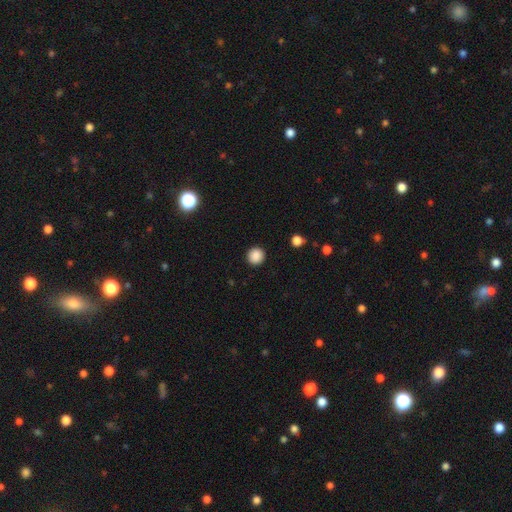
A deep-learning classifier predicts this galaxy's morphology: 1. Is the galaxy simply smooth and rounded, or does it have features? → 88% smooth, 10% star or artifact, 3% featured or disk.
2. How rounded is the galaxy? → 95% round, 4% in between, 1% cigar-shaped.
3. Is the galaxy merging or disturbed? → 93% none, 5% minor disturbance, 2% major disturbance, 1% merger.